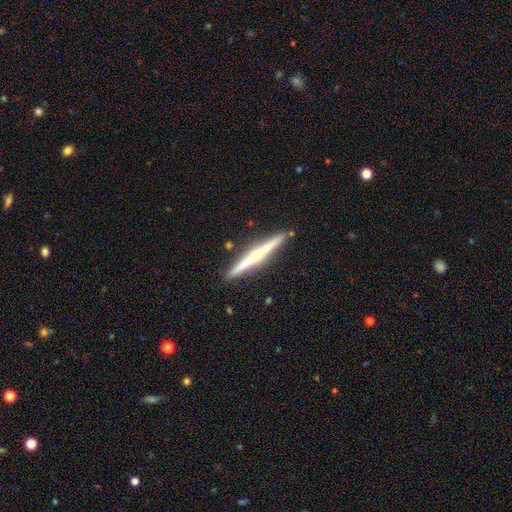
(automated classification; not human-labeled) Smooth or featured? featured or disk (68%)
Edge-on disk? yes (98%)
Edge-on bulge? rounded (53%)
Merging? none (91%)